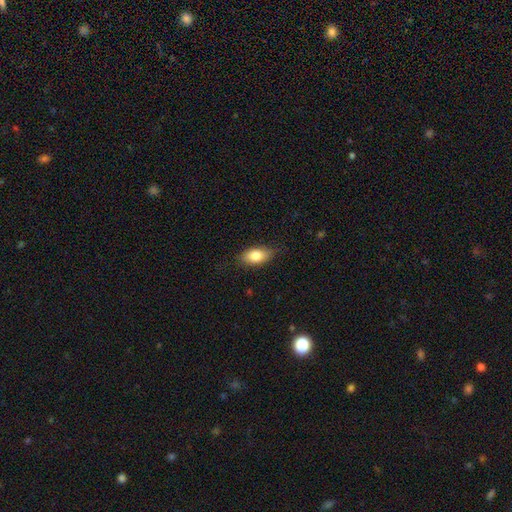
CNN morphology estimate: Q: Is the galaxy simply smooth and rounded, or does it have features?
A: smooth — 82%.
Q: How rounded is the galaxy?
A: in between — 89%.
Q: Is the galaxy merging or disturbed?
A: none — 80%.